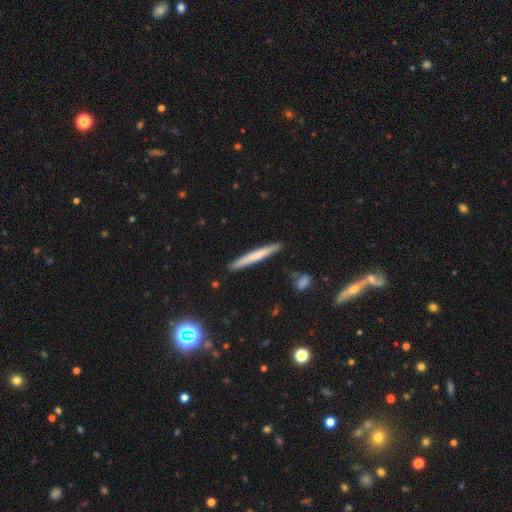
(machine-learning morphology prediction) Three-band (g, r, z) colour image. It shows a smooth galaxy with no disk features (63%) that is cigar-shaped (96%). Merging: none (89%).